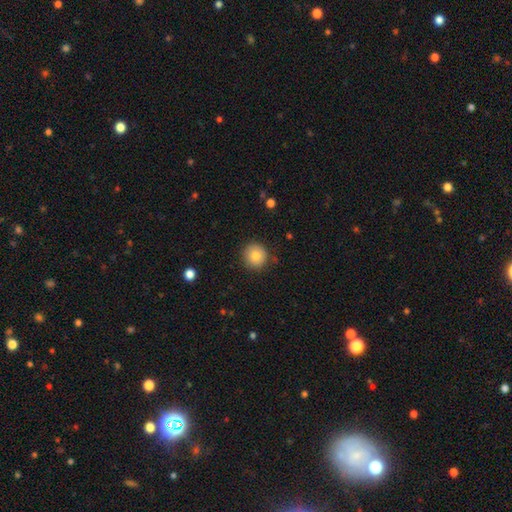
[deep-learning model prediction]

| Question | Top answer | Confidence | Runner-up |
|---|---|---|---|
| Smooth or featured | smooth | 81% | star or artifact (10%) |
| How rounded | round | 94% | in between (5%) |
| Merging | none | 88% | minor disturbance (9%) |